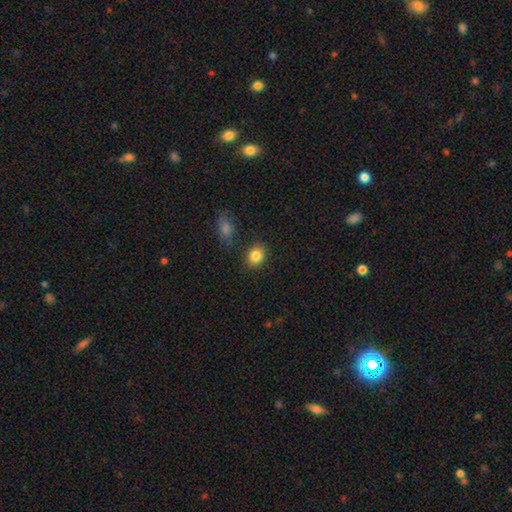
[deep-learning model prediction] Smooth or featured: smooth — 85% (star or artifact — 9%)
How rounded: round — 53% (in between — 45%)
Merging: none — 84% (minor disturbance — 10%)